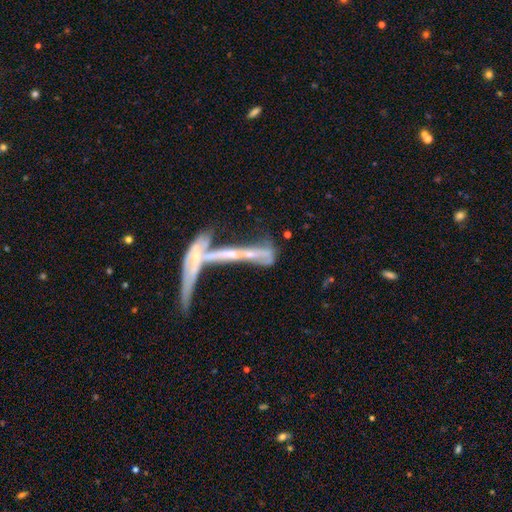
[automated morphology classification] Smooth or featured?
  - featured or disk: 66% *
  - smooth: 24%
  - star or artifact: 10%
Edge-on disk?
  - yes: 63% *
  - no: 37%
Merging?
  - merger: 55% *
  - none: 19%
  - major disturbance: 15%
  - minor disturbance: 12%